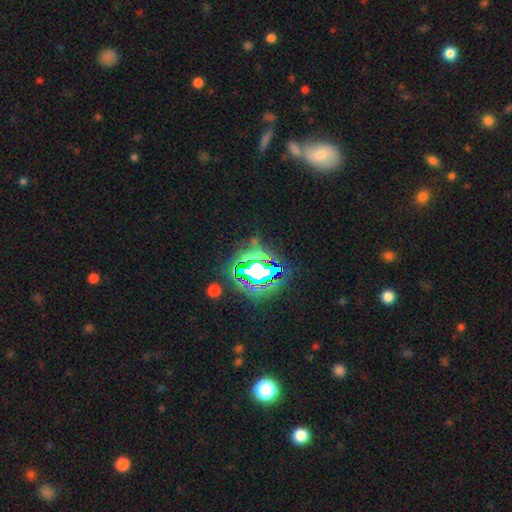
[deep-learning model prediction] Smooth or featured?
  - star or artifact: 79% *
  - smooth: 13%
  - featured or disk: 8%